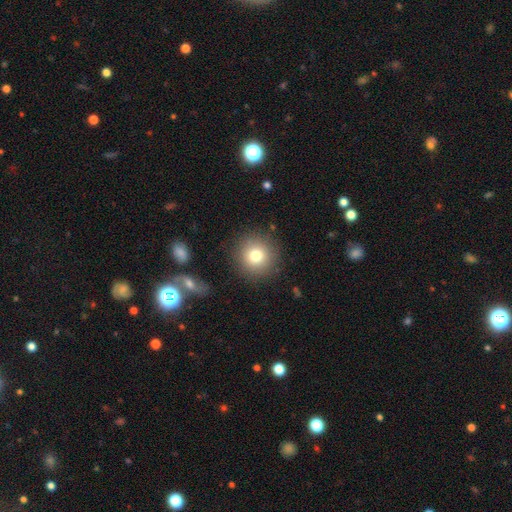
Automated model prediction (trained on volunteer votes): A smooth galaxy with no disk features (78%) that is round (94%).

Vote fractions:
- Smooth or featured? smooth: 78% / star or artifact: 11% / featured or disk: 11%
- How rounded? round: 94% / in between: 5% / cigar-shaped: 1%
- Merging? none: 88% / minor disturbance: 7% / major disturbance: 3% / merger: 2%